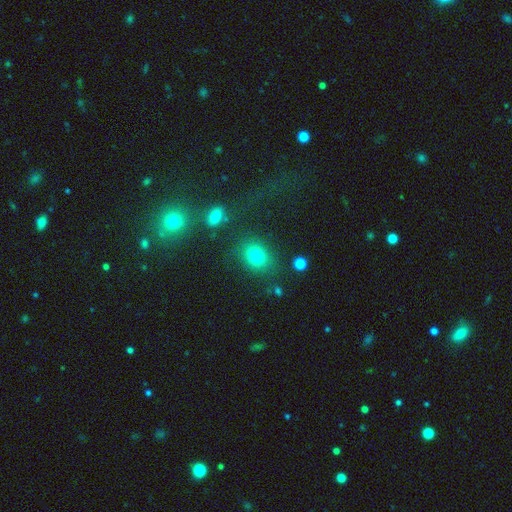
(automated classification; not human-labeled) smooth-or-featured: smooth: 75% | star or artifact: 15% | featured or disk: 10%
  how-rounded: round: 53% | in between: 45% | cigar-shaped: 1%
  merging: none: 75% | minor disturbance: 12% | major disturbance: 7% | merger: 6%